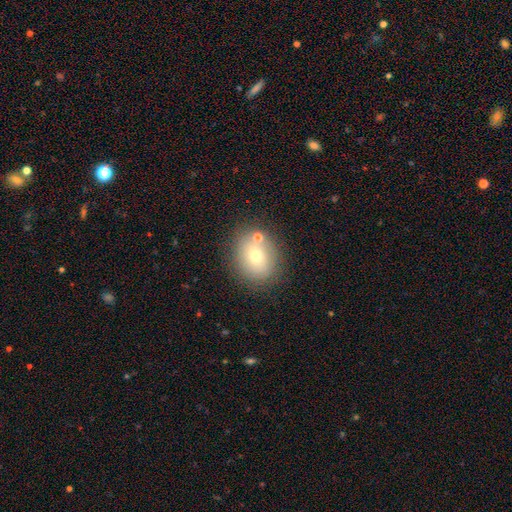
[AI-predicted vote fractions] This is likely a smooth galaxy (67%). How rounded: likely round (67%). Merging: likely none (74%).